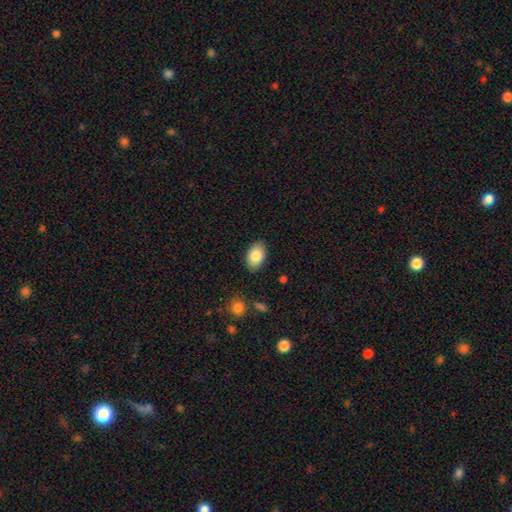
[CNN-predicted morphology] type=smooth (85%); roundness=in between (89%); merging=none (86%).